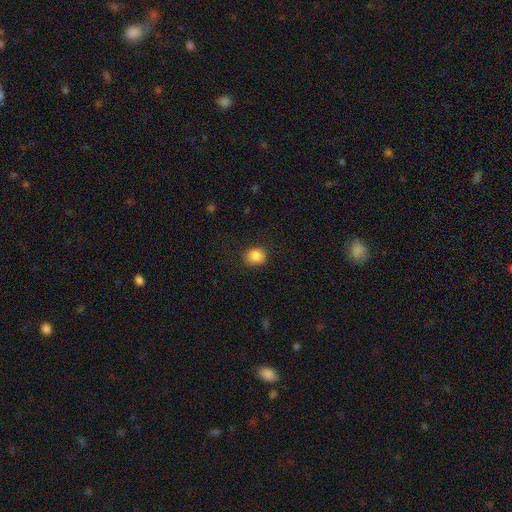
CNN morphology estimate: The model was most divided on "how rounded": round: 76%, in between: 23%, cigar-shaped: 1%. More confident: smooth or featured — smooth (86%); merging — none (84%).